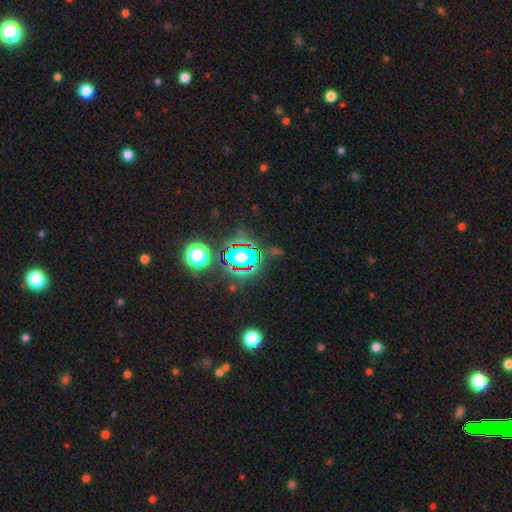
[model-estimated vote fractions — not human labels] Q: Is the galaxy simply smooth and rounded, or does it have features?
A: star or artifact — 79%.